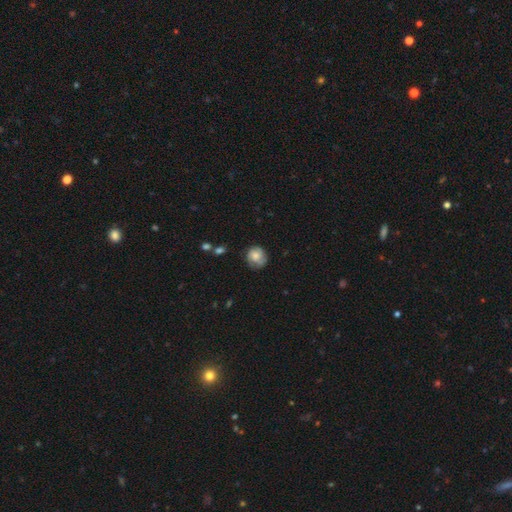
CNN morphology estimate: smooth-or-featured: smooth: 68% | featured or disk: 24% | star or artifact: 8%
  how-rounded: round: 82% | in between: 17% | cigar-shaped: 1%
  merging: none: 66% | minor disturbance: 25% | major disturbance: 7% | merger: 2%